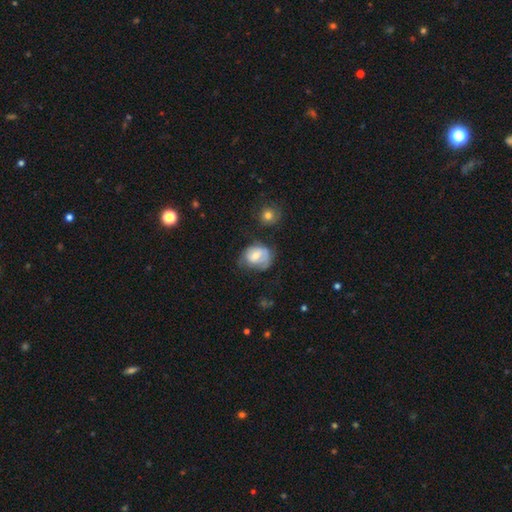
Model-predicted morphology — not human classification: A smooth galaxy with no disk features (55%) that is in between round and cigar-shaped (50%). Merging: none (40%).